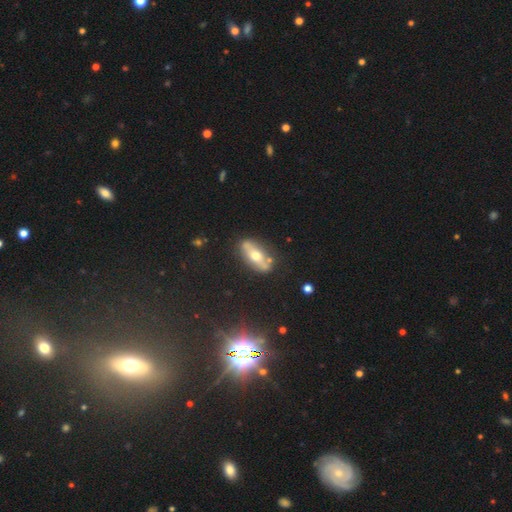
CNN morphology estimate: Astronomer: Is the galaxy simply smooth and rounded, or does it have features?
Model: featured or disk — 55% (runner-up: smooth, 36%).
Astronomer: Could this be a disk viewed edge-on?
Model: no — 50%, tied with yes at 50%.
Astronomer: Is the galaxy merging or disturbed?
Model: none — 80%.